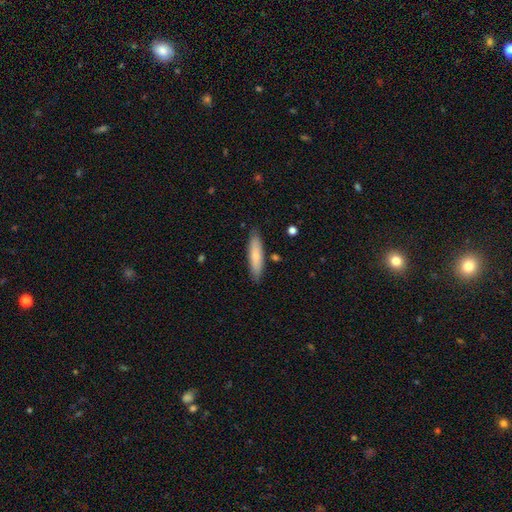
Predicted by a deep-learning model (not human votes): Smooth or featured? Predicted: smooth (p=0.75). How rounded? Predicted: cigar-shaped (p=0.77). Merging? Predicted: none (p=0.85).